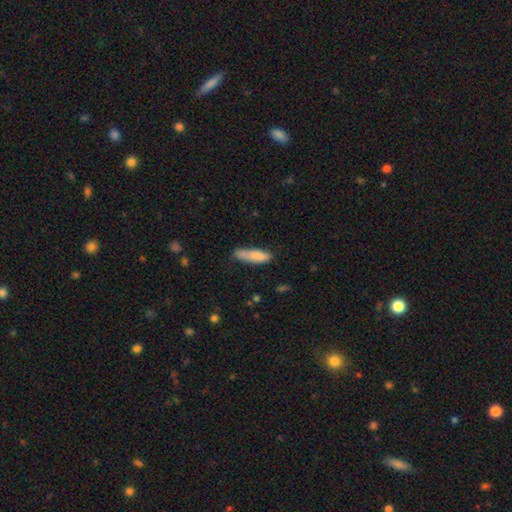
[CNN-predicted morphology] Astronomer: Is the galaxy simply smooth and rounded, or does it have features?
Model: smooth — 82%.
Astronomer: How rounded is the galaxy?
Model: cigar-shaped — 62%.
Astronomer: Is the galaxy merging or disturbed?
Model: none — 57%.